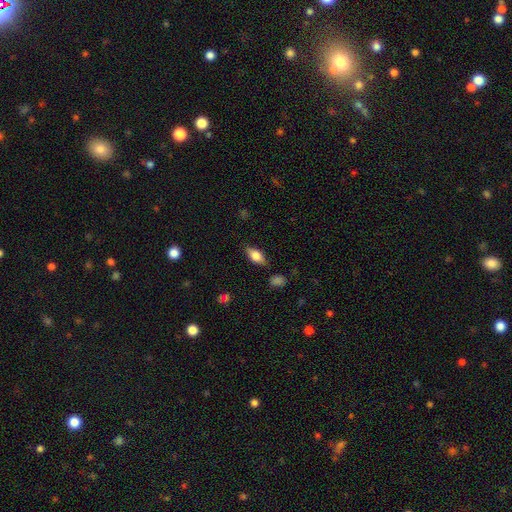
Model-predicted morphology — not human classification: A smooth galaxy with no disk features (68%) that is in between round and cigar-shaped (83%). Merging: none (79%).